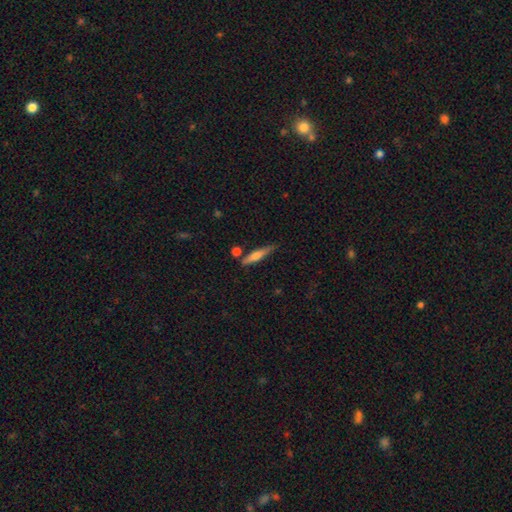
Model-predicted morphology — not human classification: Smooth or featured: smooth — 55% (featured or disk — 39%)
How rounded: cigar-shaped — 86% (in between — 12%)
Merging: none — 73% (minor disturbance — 16%)